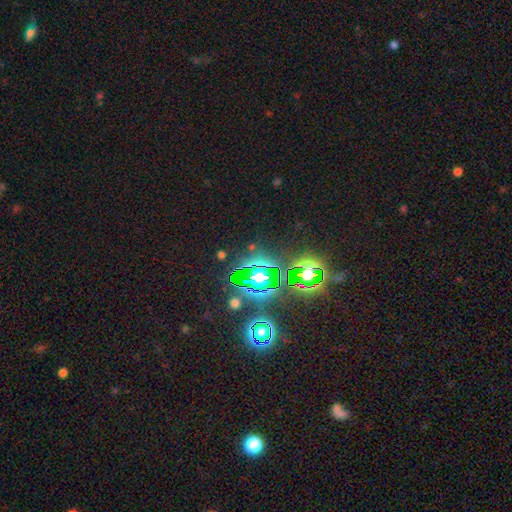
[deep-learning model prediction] Overall: star or artifact (80%).